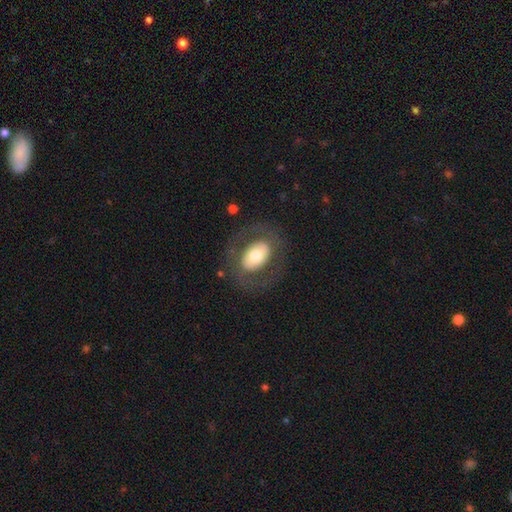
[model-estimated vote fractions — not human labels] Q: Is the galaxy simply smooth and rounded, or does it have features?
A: smooth — 51%.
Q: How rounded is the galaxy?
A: in between — 81%.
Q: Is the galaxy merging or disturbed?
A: none — 77%.